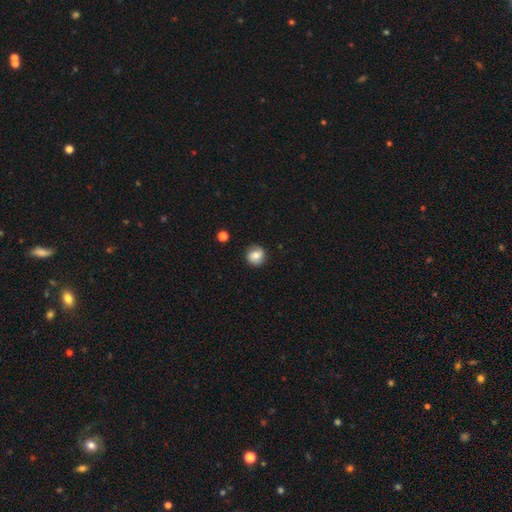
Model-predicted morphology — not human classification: A smooth galaxy with no disk features (73%) that is round (89%). Merging: none (84%).